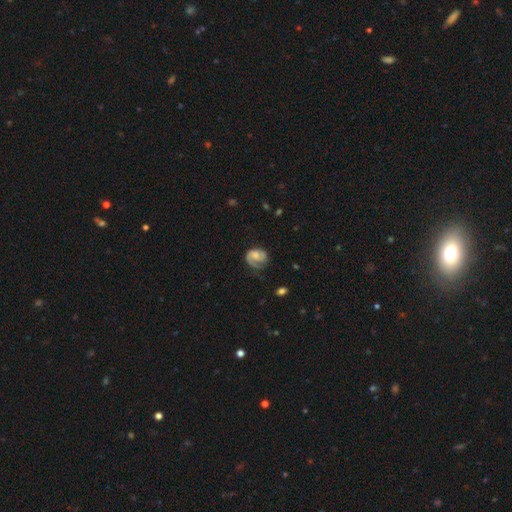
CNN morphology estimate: The model was most divided on "bulge size": small: 34%, moderate: 32%, none: 22%, large: 10%, dominant: 2%. Remaining: edge-on disk — no (98%); spiral arms — yes (90%); smooth or featured — featured or disk (66%); bar — no (65%); spiral arm count — 1 (56%); merging — none (50%); spiral winding — tight (42%).